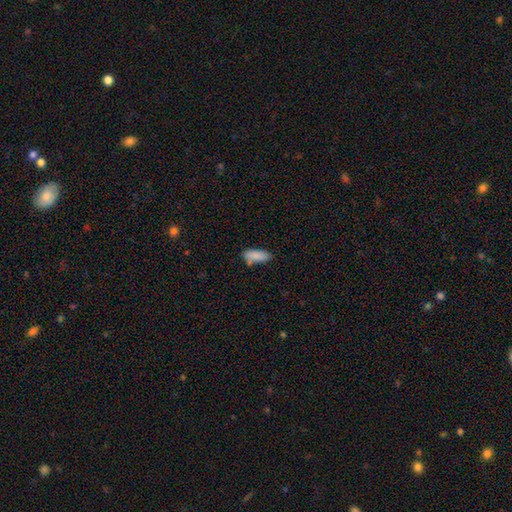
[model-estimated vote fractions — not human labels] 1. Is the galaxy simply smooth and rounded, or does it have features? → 86% smooth, 8% star or artifact, 7% featured or disk.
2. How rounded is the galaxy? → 72% in between, 26% cigar-shaped, 2% round.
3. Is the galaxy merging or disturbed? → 61% none, 23% minor disturbance, 10% merger, 5% major disturbance.